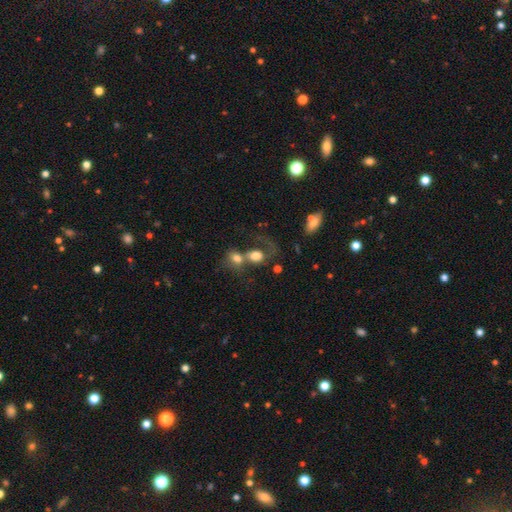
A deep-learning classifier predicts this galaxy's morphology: Smooth or featured: smooth — 65% (featured or disk — 25%)
How rounded: round — 51% (in between — 48%)
Merging: merger — 64% (major disturbance — 15%)